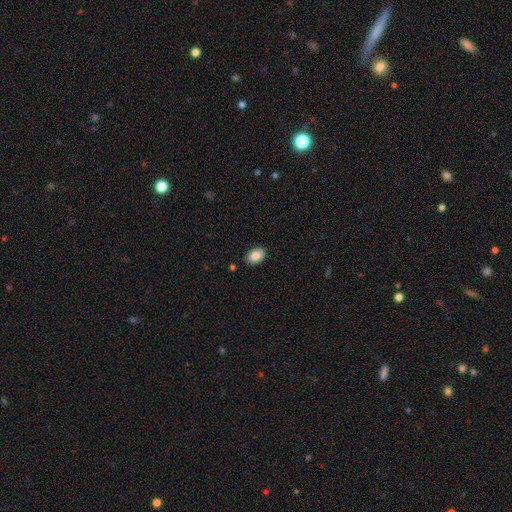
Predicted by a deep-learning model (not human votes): smooth_or_featured: smooth (p=0.89) [alt: star or artifact p=0.07]
how_rounded: in between (p=0.89) [alt: round p=0.09]
merging: none (p=0.87) [alt: minor disturbance p=0.09]